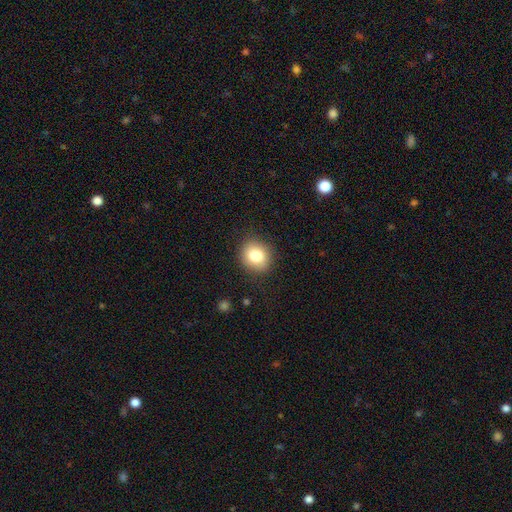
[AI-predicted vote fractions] smooth 80%, star or artifact 10%, featured or disk 9%. Down the decision tree: how rounded — round (77%); merging — none (88%).